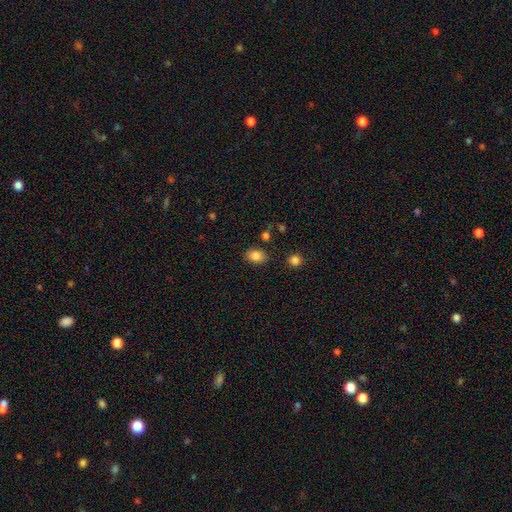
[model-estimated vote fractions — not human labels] smooth 84%, star or artifact 9%, featured or disk 6%. Down the decision tree: how rounded — in between (74%); merging — none (84%).